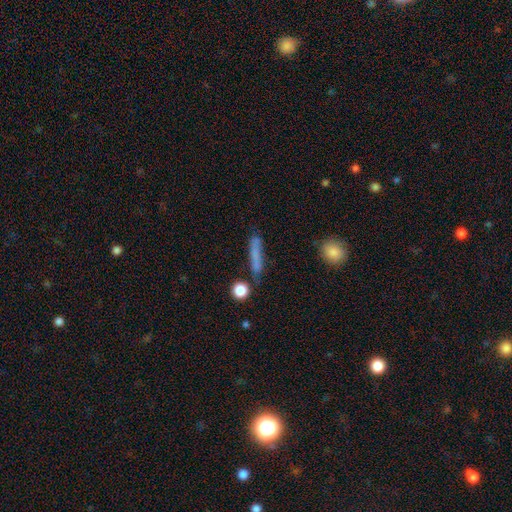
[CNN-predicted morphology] The model was most divided on "merging": none: 67%, minor disturbance: 18%, merger: 8%, major disturbance: 7%. More confident: how rounded — cigar-shaped (85%); smooth or featured — smooth (70%).